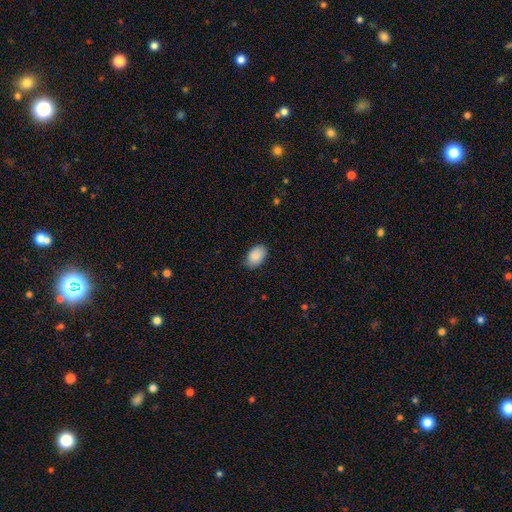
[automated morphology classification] This appears to be a smooth galaxy with no disk features (90%) that is in between round and cigar-shaped (91%). Merging: none (83%).